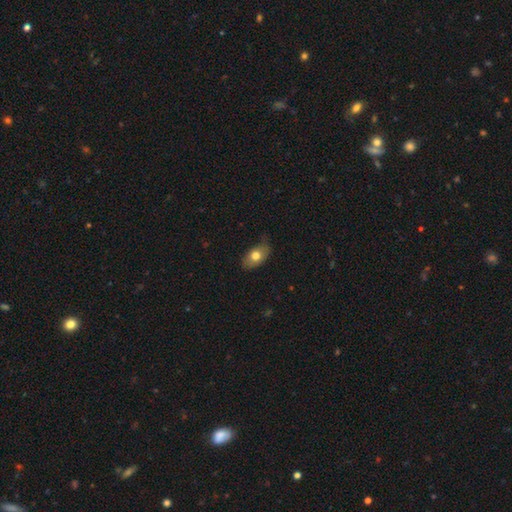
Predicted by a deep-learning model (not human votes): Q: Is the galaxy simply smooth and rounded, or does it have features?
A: smooth — 73%.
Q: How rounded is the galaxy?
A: in between — 88%.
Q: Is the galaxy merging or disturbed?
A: none — 69%.